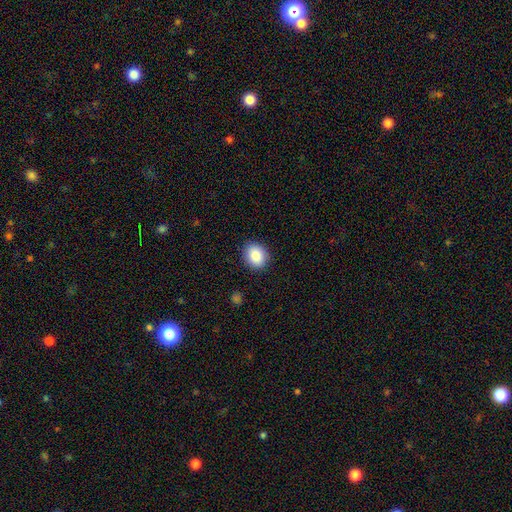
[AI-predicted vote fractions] Smooth or featured?
  - smooth: 86% *
  - star or artifact: 8%
  - featured or disk: 6%
How rounded?
  - round: 60% *
  - in between: 39%
  - cigar-shaped: 1%
Merging?
  - none: 89% *
  - minor disturbance: 8%
  - major disturbance: 2%
  - merger: 1%